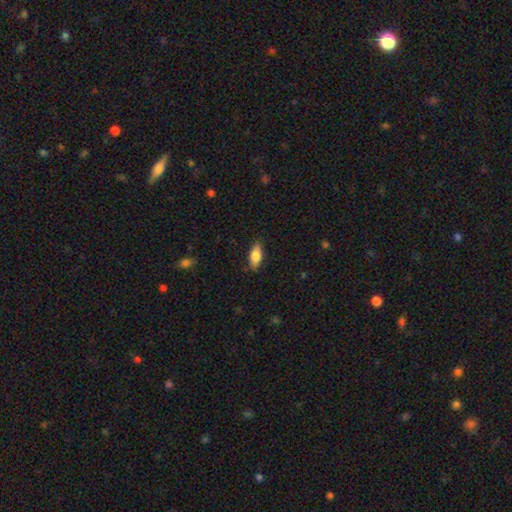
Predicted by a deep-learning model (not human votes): This appears to be a smooth galaxy with no disk features (77%) that is in between round and cigar-shaped (79%). Merging: none (83%).